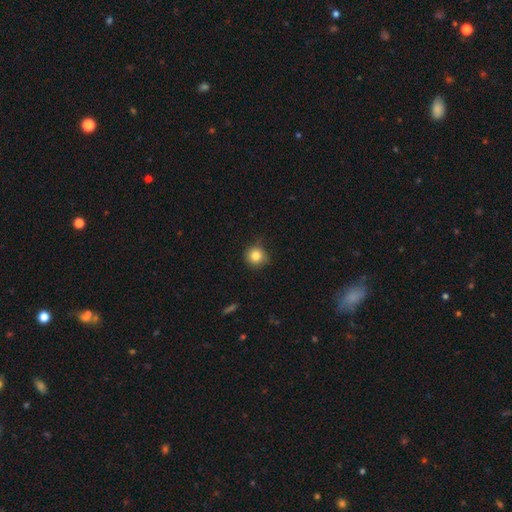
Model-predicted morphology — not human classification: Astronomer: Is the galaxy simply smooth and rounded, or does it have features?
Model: smooth — 83%.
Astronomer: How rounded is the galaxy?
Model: round — 92%.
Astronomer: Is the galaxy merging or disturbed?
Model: none — 73%.